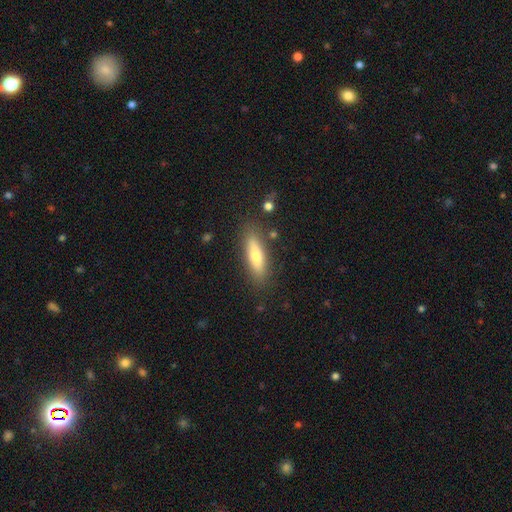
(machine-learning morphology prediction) smooth_or_featured: smooth (p=0.64) [alt: featured or disk p=0.29]
how_rounded: cigar-shaped (p=0.65) [alt: in between p=0.33]
merging: none (p=0.84) [alt: minor disturbance p=0.11]